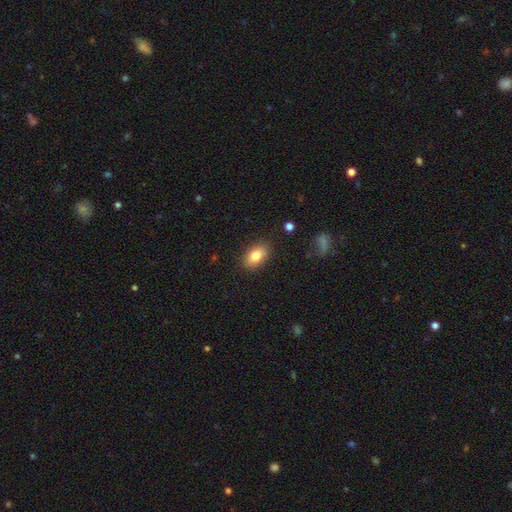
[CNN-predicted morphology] Smooth or featured? smooth (81%)
How rounded? in between (89%)
Merging? none (87%)